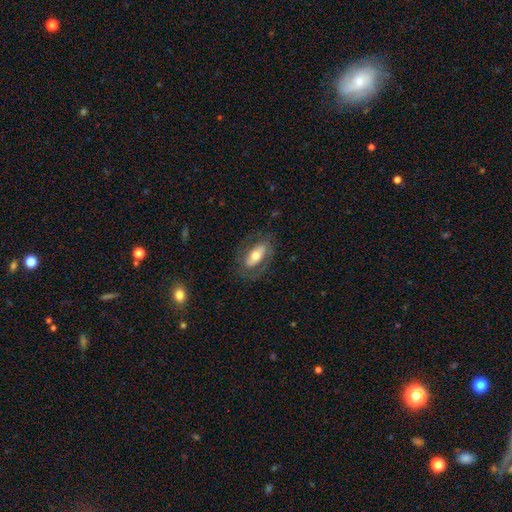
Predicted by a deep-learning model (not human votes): Smooth or featured?
  - smooth: 48% *
  - featured or disk: 46%
  - star or artifact: 6%
Merging?
  - none: 73% *
  - minor disturbance: 15%
  - major disturbance: 10%
  - merger: 1%